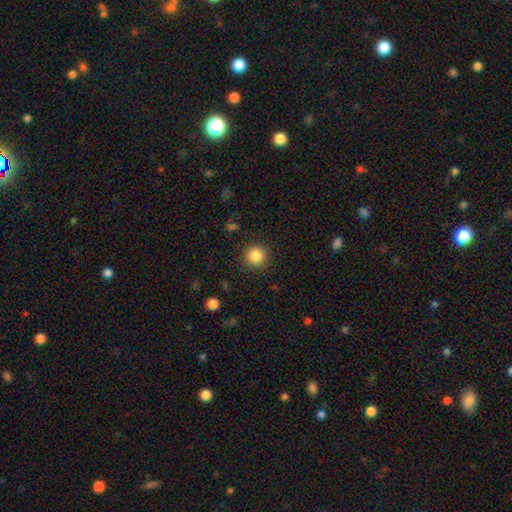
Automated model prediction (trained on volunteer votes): Overall: smooth (85%). How rounded: round (94%). Merging: none (90%).